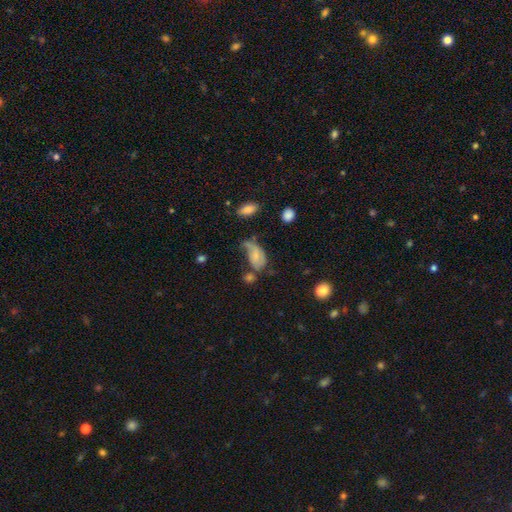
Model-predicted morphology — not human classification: This is possibly a smooth galaxy (53%). How rounded: clearly in between (90%). Merging: marginally major disturbance (34%).